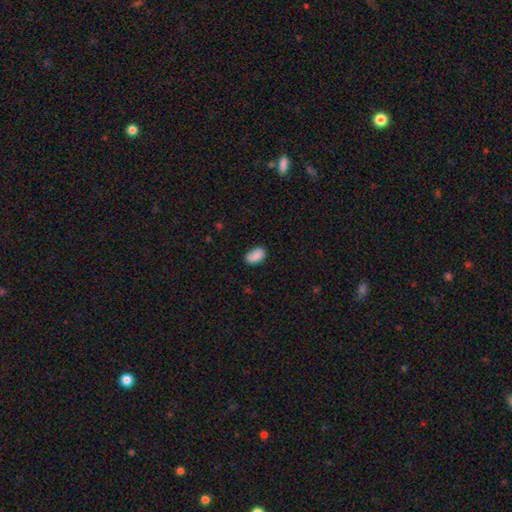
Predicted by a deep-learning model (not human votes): This is clearly a smooth galaxy (88%). How rounded: clearly in between (93%). Merging: clearly none (80%).